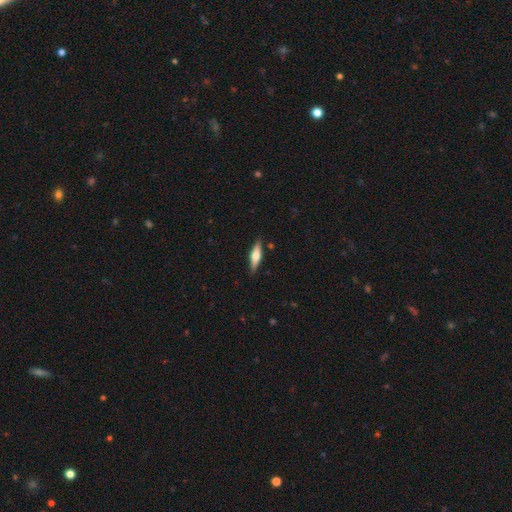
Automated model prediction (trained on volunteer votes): A featured or disk galaxy (50%) viewed edge-on (93%). Merging: none (87%).